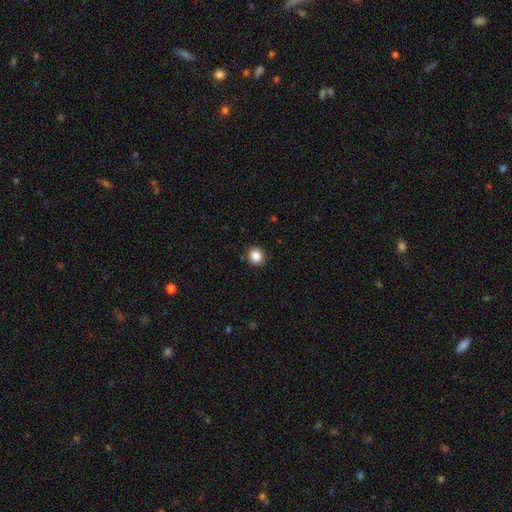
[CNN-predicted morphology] The model was most divided on "how rounded": round: 84%, in between: 15%, cigar-shaped: 1%. More confident: merging — none (91%); smooth or featured — smooth (85%).